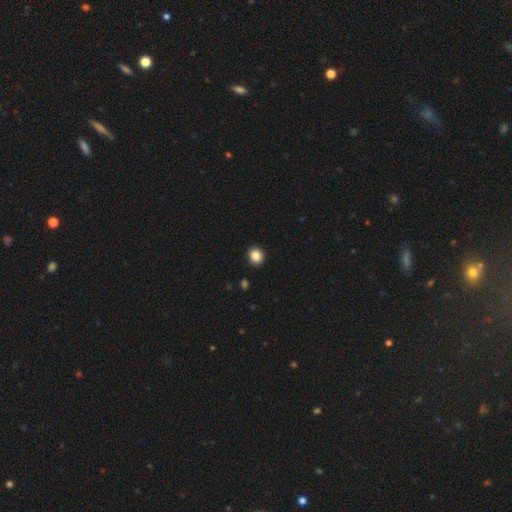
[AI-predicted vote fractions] A smooth galaxy with no disk features (86%) that is round (88%). Merging: none (93%).